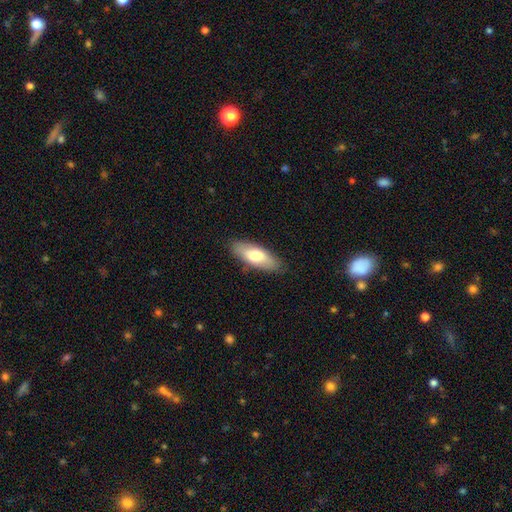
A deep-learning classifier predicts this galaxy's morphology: A smooth galaxy with no disk features (72%) that is in between round and cigar-shaped (72%). Merging: none (86%).